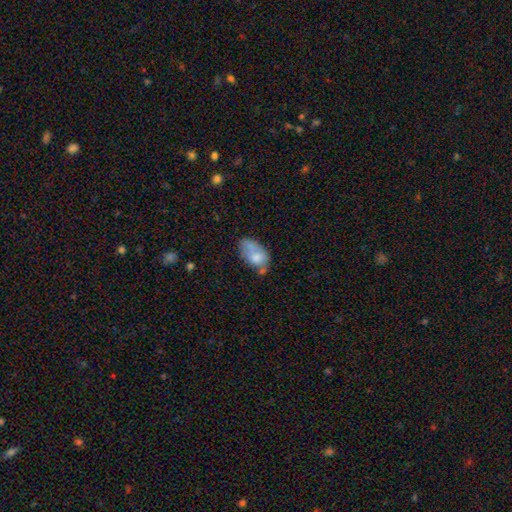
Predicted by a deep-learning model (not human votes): smooth_or_featured: smooth (p=0.69) [alt: featured or disk p=0.23]
how_rounded: in between (p=0.90) [alt: round p=0.08]
merging: none (p=0.33) [alt: minor disturbance p=0.32]